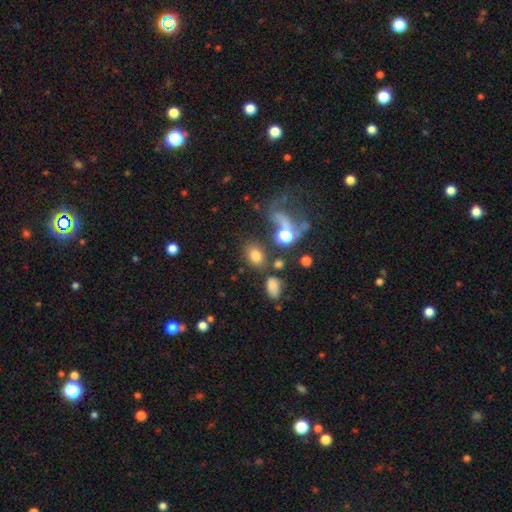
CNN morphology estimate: Smooth or featured? Predicted: smooth (p=0.73). How rounded? Predicted: in between (p=0.71). Merging? Predicted: none (p=0.59).